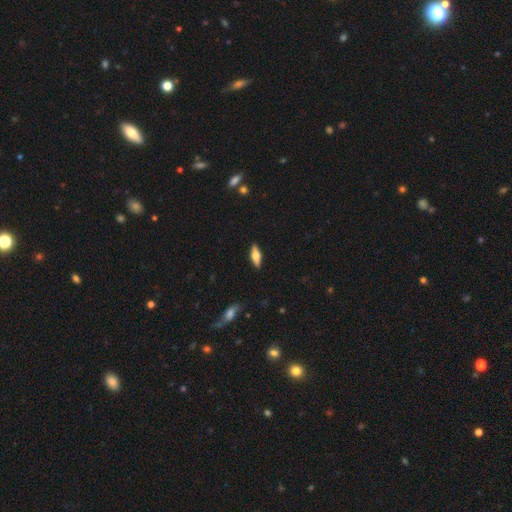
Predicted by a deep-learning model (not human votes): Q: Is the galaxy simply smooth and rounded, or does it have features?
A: smooth — 48%.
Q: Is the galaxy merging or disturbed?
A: none — 89%.